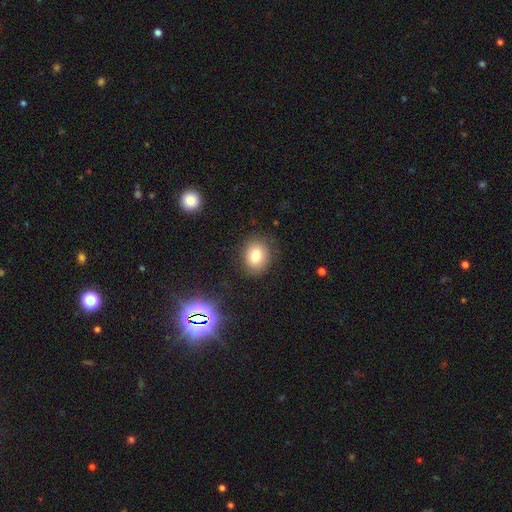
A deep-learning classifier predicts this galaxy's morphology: Smooth or featured? Predicted: smooth (p=0.77). How rounded? Predicted: round (p=0.51). Merging? Predicted: none (p=0.83).